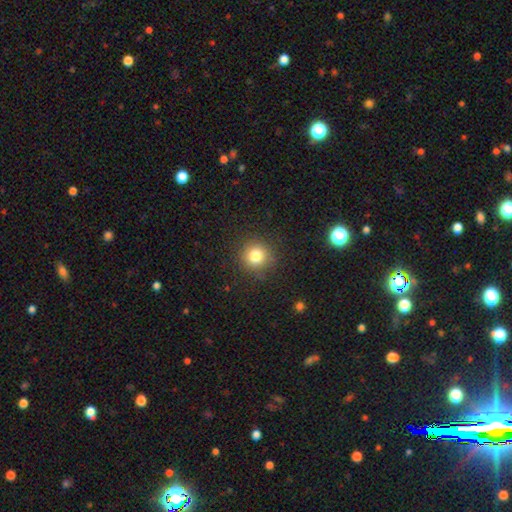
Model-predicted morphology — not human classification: Overall: smooth (80%). How rounded: round (93%). Merging: none (88%).